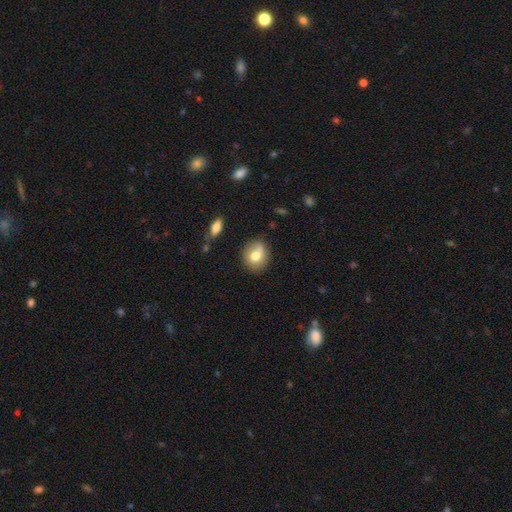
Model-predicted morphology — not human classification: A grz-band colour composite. It shows a smooth galaxy with no disk features (71%) that is round (70%). Merging: none (67%).